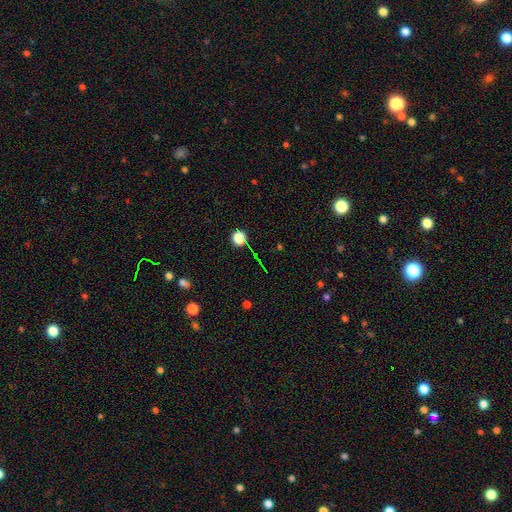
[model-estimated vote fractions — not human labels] Smooth or featured? Predicted: star or artifact (p=0.60).